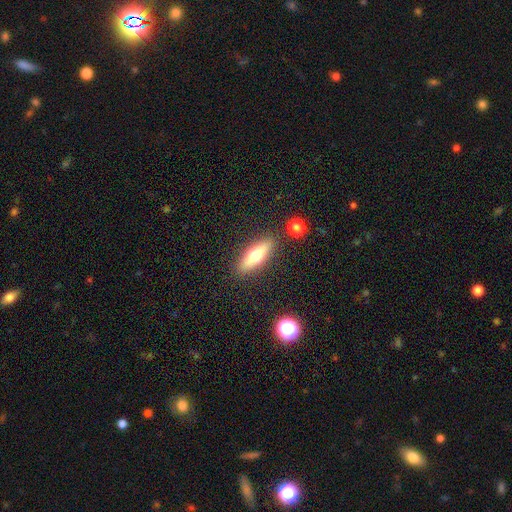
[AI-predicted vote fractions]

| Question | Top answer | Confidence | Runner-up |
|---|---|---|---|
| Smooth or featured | smooth | 59% | featured or disk (34%) |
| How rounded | cigar-shaped | 58% | in between (40%) |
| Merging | none | 86% | minor disturbance (9%) |